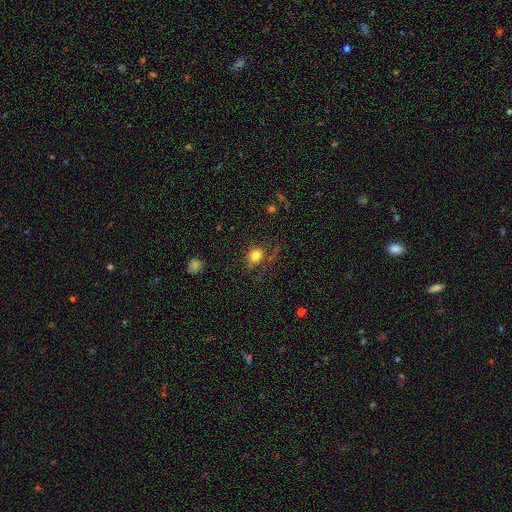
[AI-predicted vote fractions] Smooth or featured?
  - smooth: 78% *
  - star or artifact: 13%
  - featured or disk: 9%
How rounded?
  - round: 80% *
  - in between: 19%
  - cigar-shaped: 1%
Merging?
  - none: 71% *
  - minor disturbance: 16%
  - major disturbance: 10%
  - merger: 3%